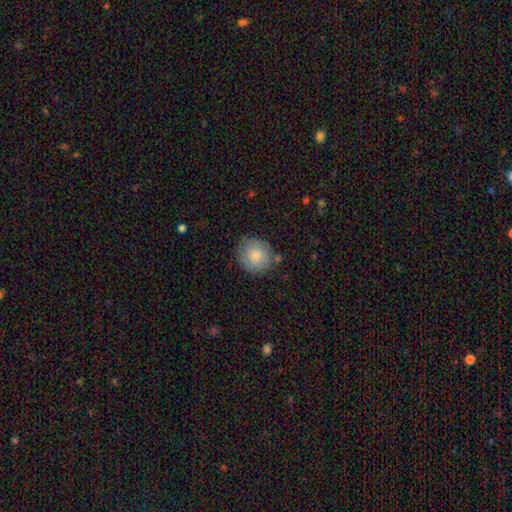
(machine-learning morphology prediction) Overall: smooth (78%). How rounded: round (82%). Merging: none (76%).